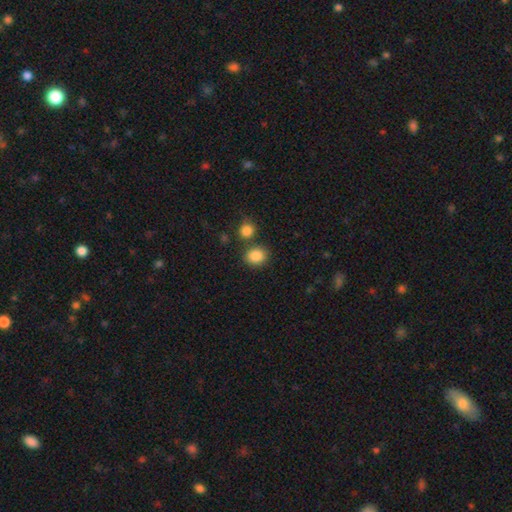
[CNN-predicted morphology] Smooth or featured?
  - smooth: 86% *
  - star or artifact: 9%
  - featured or disk: 4%
How rounded?
  - round: 65% *
  - in between: 34%
  - cigar-shaped: 1%
Merging?
  - none: 72% *
  - merger: 14%
  - minor disturbance: 10%
  - major disturbance: 3%